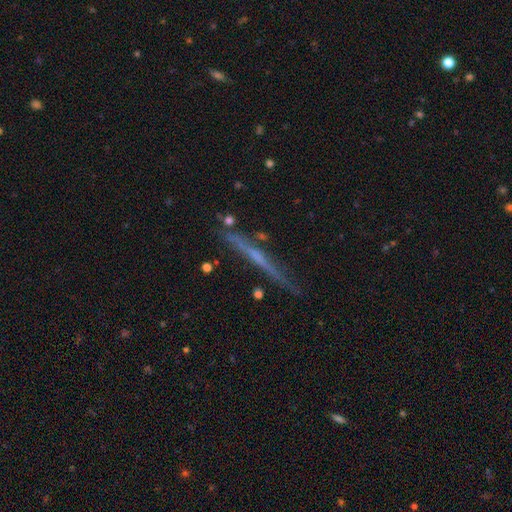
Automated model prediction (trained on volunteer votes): Morphology: type=featured or disk (67%); edge-on=yes (96%); edge-on bulge=none (60%); merging=none (84%).